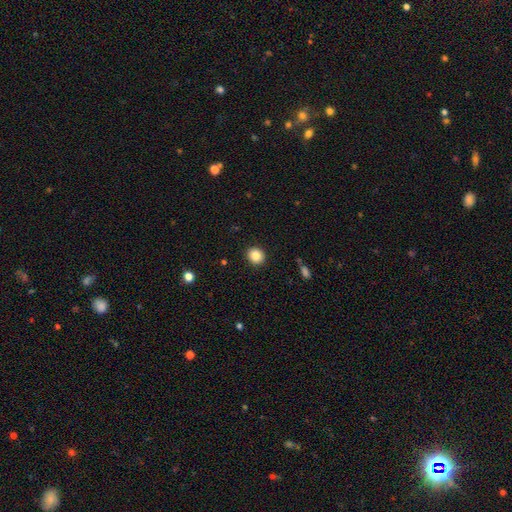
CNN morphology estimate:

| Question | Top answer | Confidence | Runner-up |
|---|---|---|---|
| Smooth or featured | smooth | 85% | star or artifact (10%) |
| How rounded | round | 81% | in between (18%) |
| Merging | none | 91% | minor disturbance (6%) |